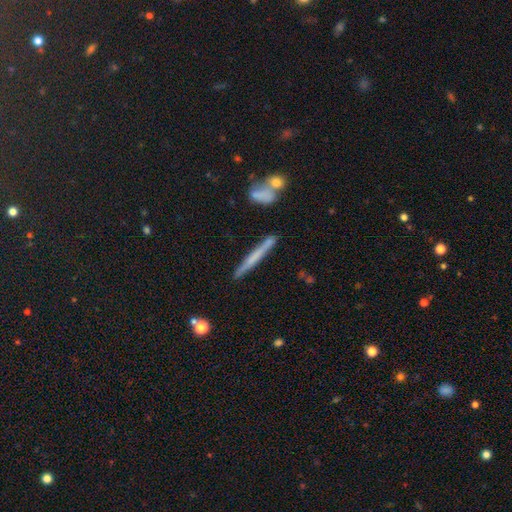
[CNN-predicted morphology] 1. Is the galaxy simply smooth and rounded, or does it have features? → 49% smooth, 44% featured or disk, 7% star or artifact.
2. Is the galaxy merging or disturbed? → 85% none, 9% minor disturbance, 4% merger, 2% major disturbance.